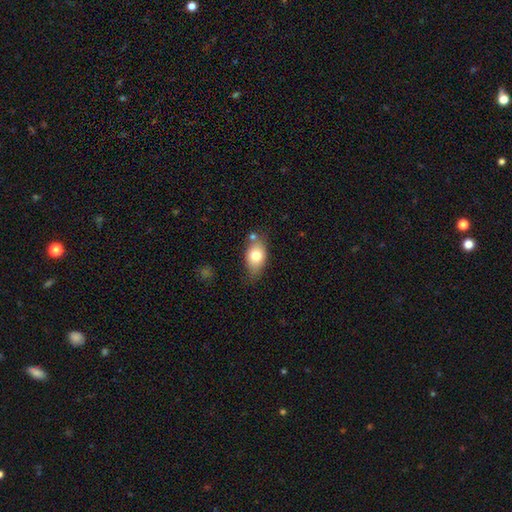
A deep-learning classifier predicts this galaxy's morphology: smooth 77%, featured or disk 15%, star or artifact 8%. Down the decision tree: how rounded — in between (83%); merging — none (57%).